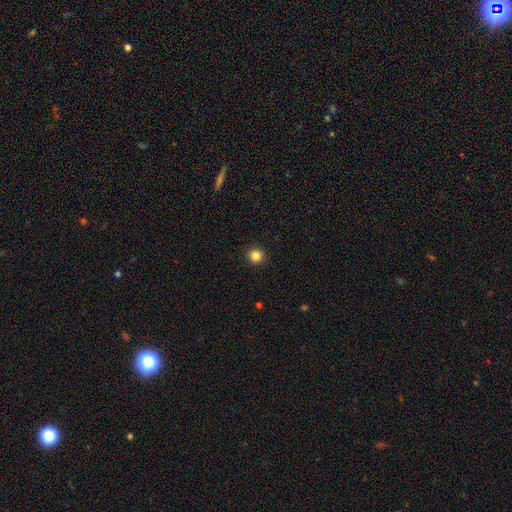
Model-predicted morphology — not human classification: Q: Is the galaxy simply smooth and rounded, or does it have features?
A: smooth — 84%.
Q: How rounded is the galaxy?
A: round — 91%.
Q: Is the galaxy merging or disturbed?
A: none — 93%.